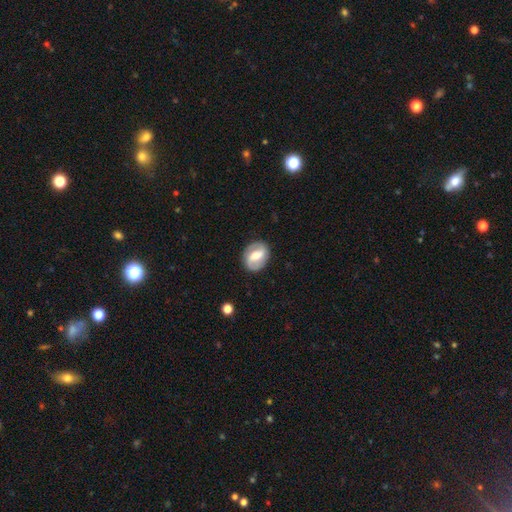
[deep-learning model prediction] featured or disk 69%, smooth 25%, star or artifact 6%. Down the decision tree: edge-on disk — no (97%); bar — strong (43%); spiral arms — yes (81%); spiral arm count — 2 (87%); spiral winding — medium (42%); bulge size — moderate (62%); merging — none (84%).